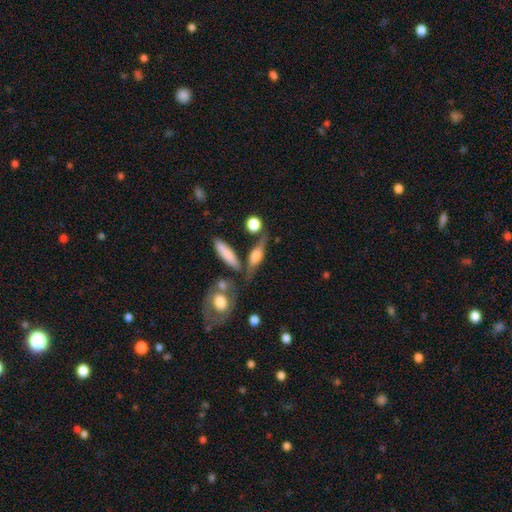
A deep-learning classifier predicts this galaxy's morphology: Q: Smooth or featured?
A: smooth (54%); runner-up: featured or disk (38%)
Q: How rounded?
A: in between (48%); runner-up: cigar-shaped (42%)
Q: Merging?
A: none (59%); runner-up: minor disturbance (18%)